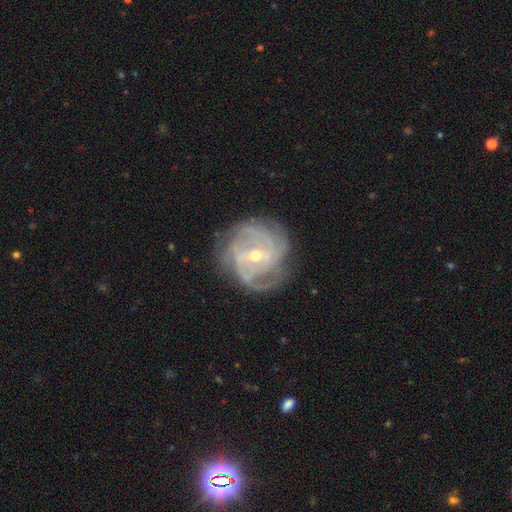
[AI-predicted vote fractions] Morphology: type=featured or disk (89%); edge-on=no (97%); bar=weak (49%); spiral arms=yes (97%); winding=tight (56%); arm count=3 (30%); bulge=small (53%); merging=none (74%).